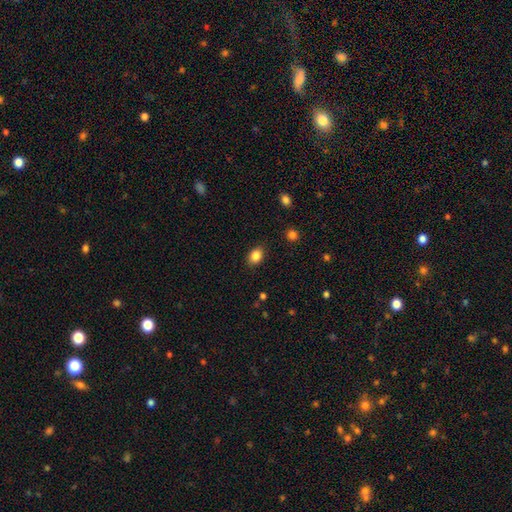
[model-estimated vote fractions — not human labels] This appears to be a smooth galaxy with no disk features (85%) that is in between round and cigar-shaped (67%). Merging: none (86%).